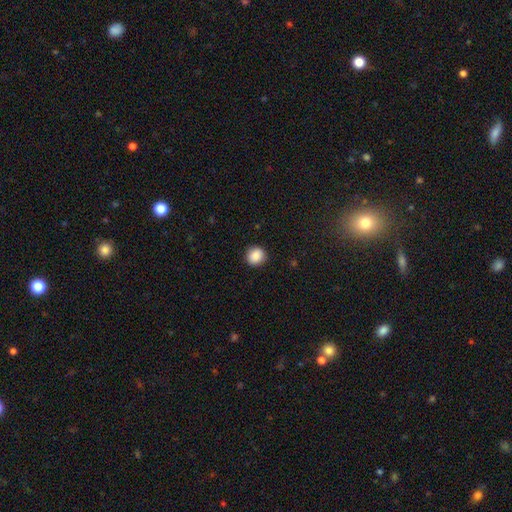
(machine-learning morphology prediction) smooth 88%, star or artifact 9%, featured or disk 3%. Down the decision tree: how rounded — round (91%); merging — none (91%).